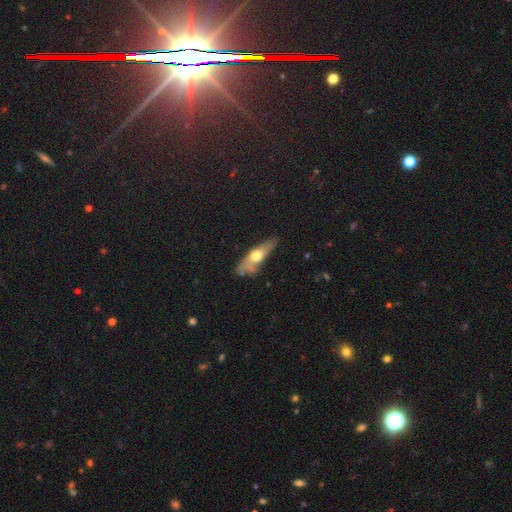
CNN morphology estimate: featured or disk 47%, smooth 46%, star or artifact 7%. Down the decision tree: merging — none (64%).